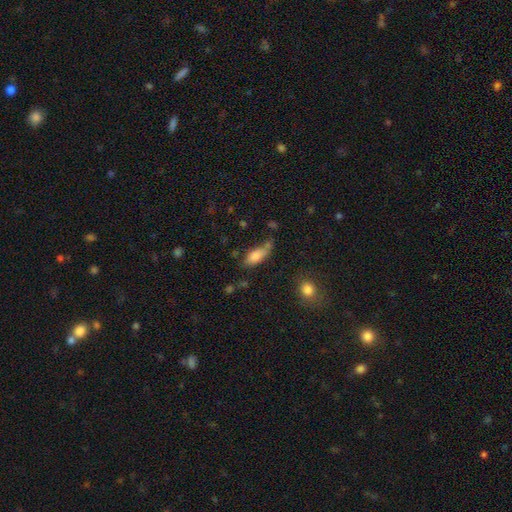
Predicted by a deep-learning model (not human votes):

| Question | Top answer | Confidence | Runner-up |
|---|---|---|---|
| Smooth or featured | smooth | 80% | featured or disk (11%) |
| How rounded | in between | 79% | cigar-shaped (18%) |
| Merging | none | 47% | minor disturbance (29%) |